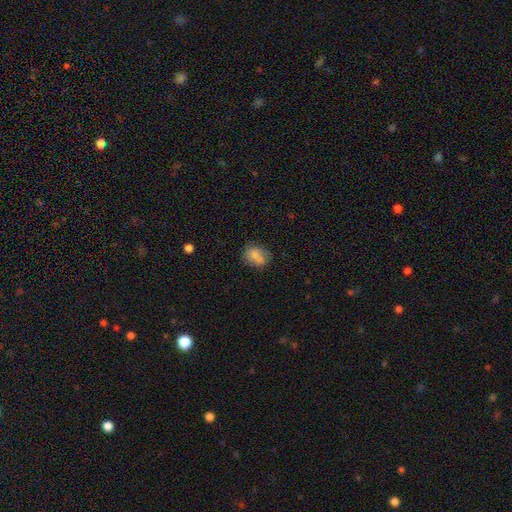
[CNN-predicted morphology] smooth-or-featured: smooth: 76% | featured or disk: 14% | star or artifact: 10%
  how-rounded: in between: 55% | round: 43% | cigar-shaped: 2%
  merging: none: 57% | minor disturbance: 23% | merger: 13% | major disturbance: 7%